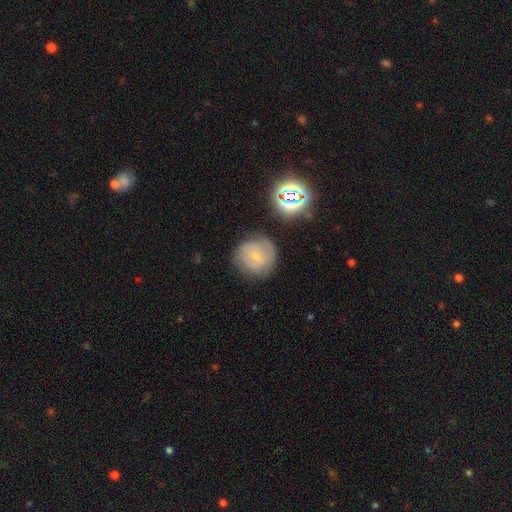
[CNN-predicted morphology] Q: Smooth or featured?
A: smooth (51%); runner-up: featured or disk (36%)
Q: How rounded?
A: round (91%); runner-up: in between (8%)
Q: Merging?
A: none (74%); runner-up: minor disturbance (16%)